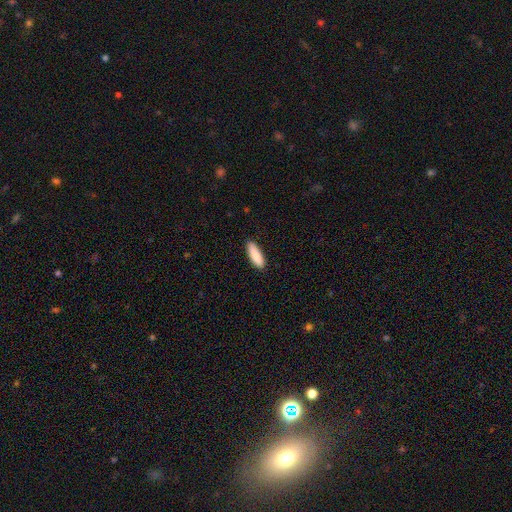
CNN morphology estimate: Smooth or featured? Predicted: smooth (p=0.88). How rounded? Predicted: in between (p=0.57). Merging? Predicted: none (p=0.88).